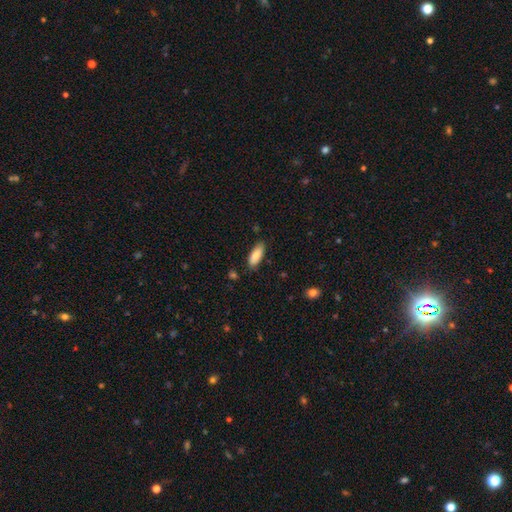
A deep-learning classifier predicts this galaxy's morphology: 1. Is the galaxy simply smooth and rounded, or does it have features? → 86% smooth, 8% featured or disk, 6% star or artifact.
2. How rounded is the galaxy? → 75% in between, 23% cigar-shaped, 2% round.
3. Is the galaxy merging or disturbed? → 81% none, 15% minor disturbance, 3% major disturbance, 2% merger.